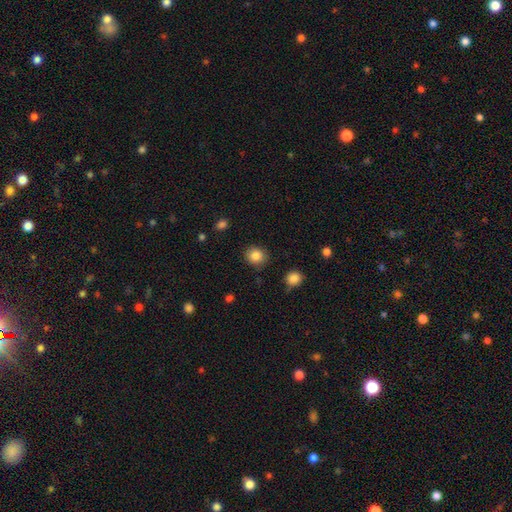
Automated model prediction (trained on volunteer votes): smooth-or-featured: smooth: 86% | star or artifact: 10% | featured or disk: 5%
  how-rounded: round: 80% | in between: 19% | cigar-shaped: 1%
  merging: none: 86% | minor disturbance: 9% | major disturbance: 3% | merger: 2%